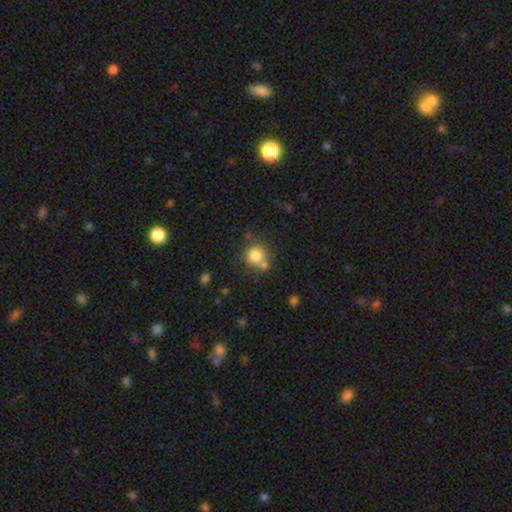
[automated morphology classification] Smooth or featured: smooth — 80% (star or artifact — 11%)
How rounded: round — 91% (in between — 8%)
Merging: none — 65% (merger — 21%)